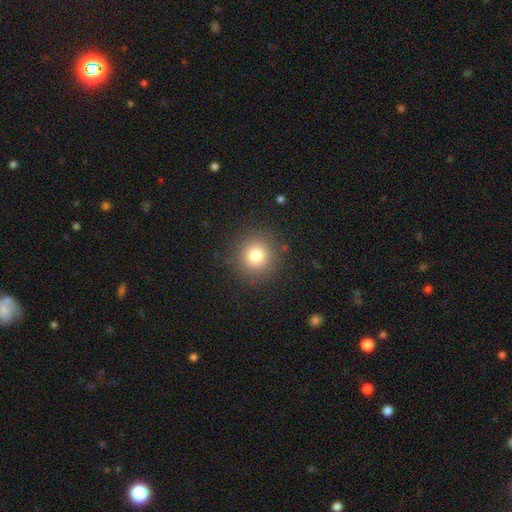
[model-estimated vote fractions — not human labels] This appears to be a smooth galaxy with no disk features (79%) that is round (93%). Merging: none (89%).